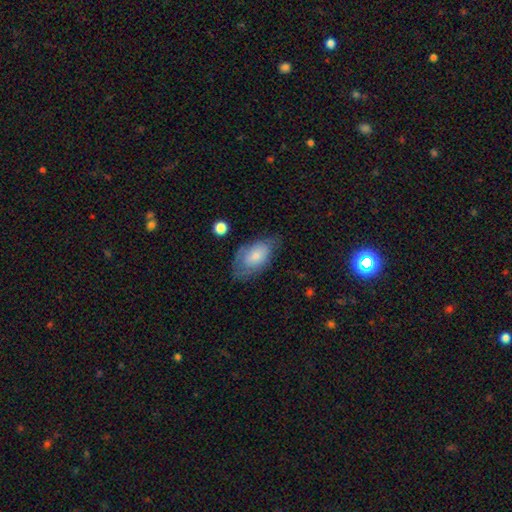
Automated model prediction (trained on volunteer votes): Smooth or featured?
  - smooth: 70% *
  - featured or disk: 23%
  - star or artifact: 7%
How rounded?
  - in between: 92% *
  - round: 6%
  - cigar-shaped: 2%
Merging?
  - none: 54% *
  - minor disturbance: 31%
  - major disturbance: 13%
  - merger: 2%